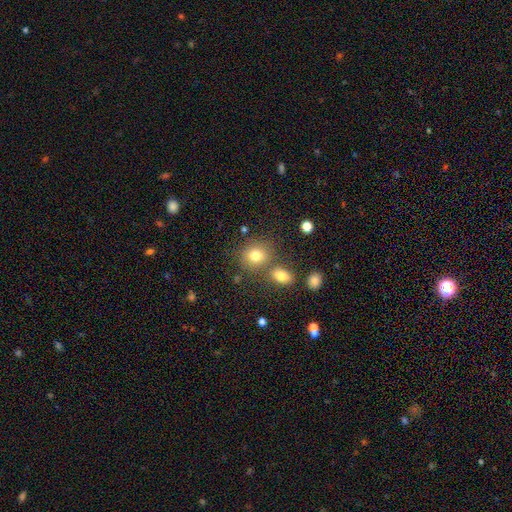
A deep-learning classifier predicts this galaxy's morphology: A smooth galaxy with no disk features (79%) that is round (74%). Merging: none (68%).